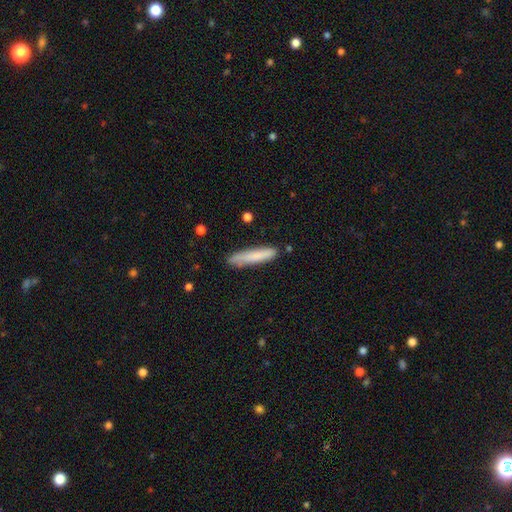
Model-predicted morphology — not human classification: smooth-or-featured: smooth: 78% | featured or disk: 16% | star or artifact: 6%
  how-rounded: cigar-shaped: 91% | in between: 8% | round: 1%
  merging: none: 81% | minor disturbance: 15% | major disturbance: 3% | merger: 2%